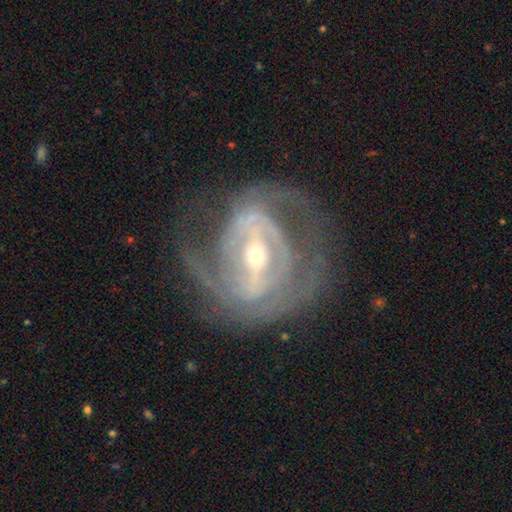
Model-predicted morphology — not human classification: The model was most divided on "spiral winding": tight: 47%, medium: 41%, loose: 13%. Remaining: edge-on disk — no (96%); spiral arms — yes (91%); smooth or featured — featured or disk (89%); merging — none (63%); bulge size — small (62%); bar — strong (60%); spiral arm count — 2 (45%).